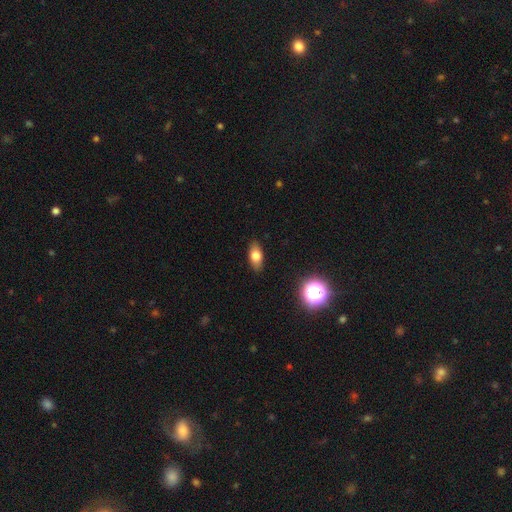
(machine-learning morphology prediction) This appears to be a smooth galaxy with no disk features (74%) that is in between round and cigar-shaped (84%). Merging: none (87%).